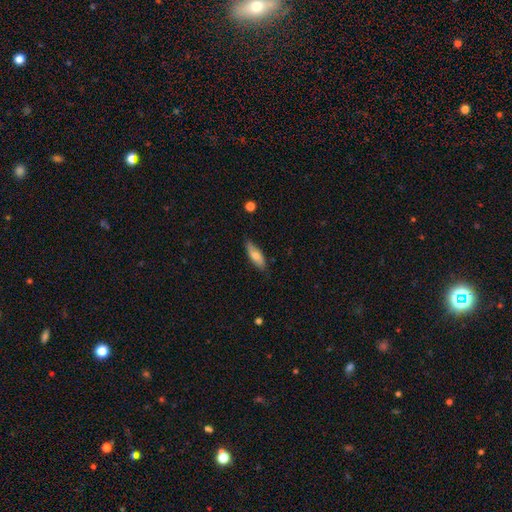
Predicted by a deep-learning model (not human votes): smooth 66%, featured or disk 27%, star or artifact 6%. Down the decision tree: how rounded — in between (60%); merging — none (76%).